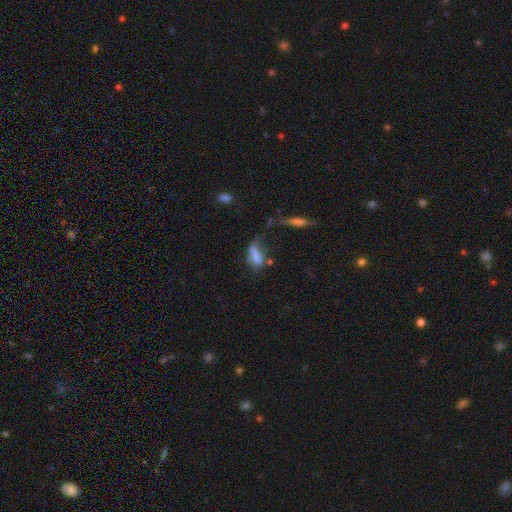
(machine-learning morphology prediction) smooth-or-featured: smooth: 68% | featured or disk: 20% | star or artifact: 12%
  how-rounded: in between: 72% | cigar-shaped: 23% | round: 5%
  merging: major disturbance: 35% | none: 27% | minor disturbance: 25% | merger: 13%